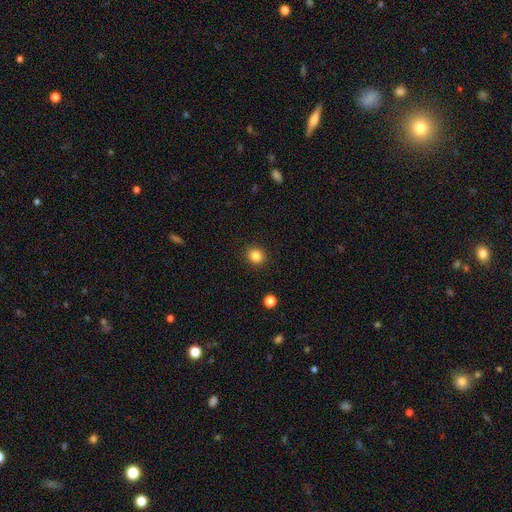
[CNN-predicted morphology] Q: Smooth or featured?
A: smooth (84%); runner-up: star or artifact (11%)
Q: How rounded?
A: round (87%); runner-up: in between (12%)
Q: Merging?
A: none (91%); runner-up: minor disturbance (6%)